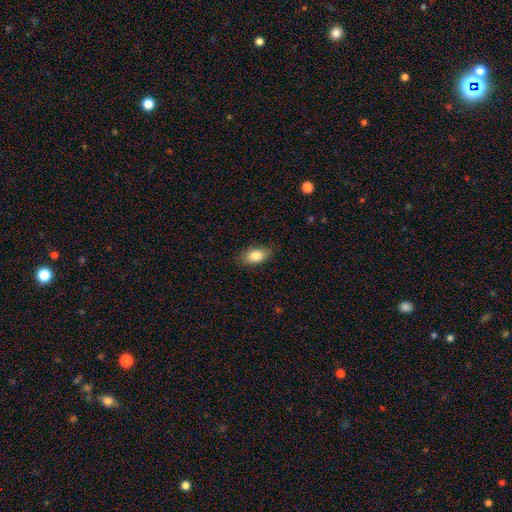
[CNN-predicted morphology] The model was most divided on "merging": none: 83%, minor disturbance: 13%, major disturbance: 3%, merger: 1%. More confident: how rounded — in between (90%); smooth or featured — smooth (84%).